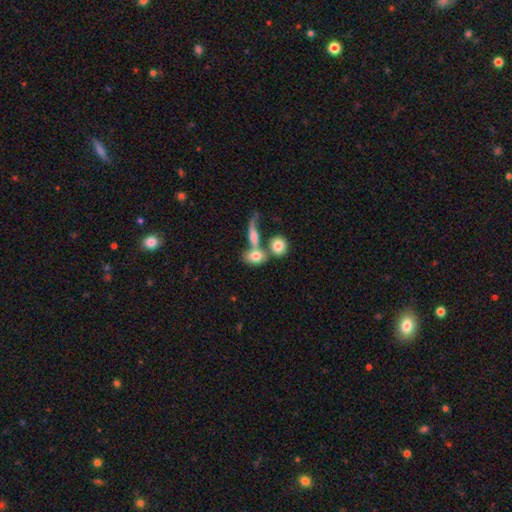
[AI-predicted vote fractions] smooth 73%, featured or disk 18%, star or artifact 8%. Down the decision tree: how rounded — in between (66%); merging — merger (49%).